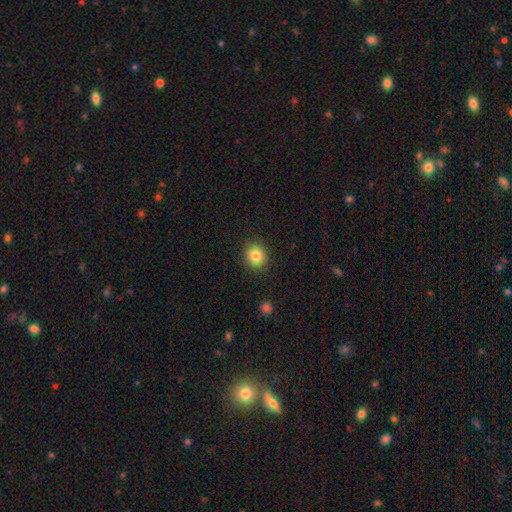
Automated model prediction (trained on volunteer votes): This appears to be a smooth galaxy with no disk features (84%) that is round (88%). Merging: none (90%).